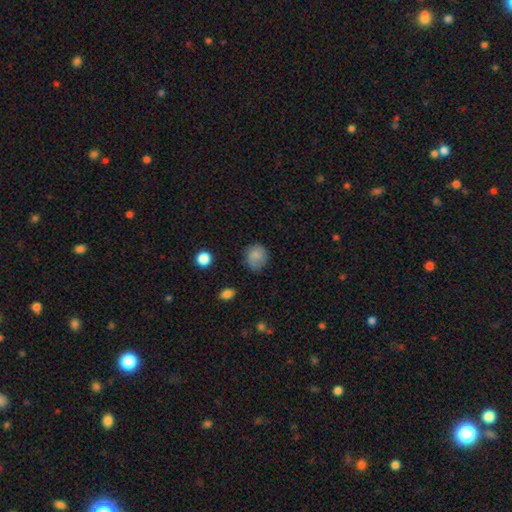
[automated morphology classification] This is clearly a smooth galaxy (82%). How rounded: likely round (78%). Merging: likely none (72%).